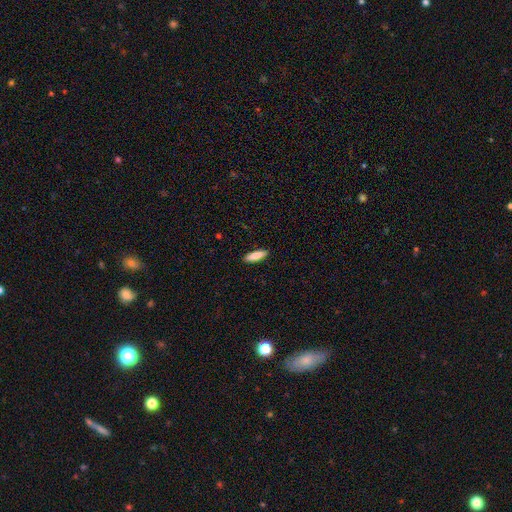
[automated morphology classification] Q: Smooth or featured?
A: smooth (84%); runner-up: featured or disk (10%)
Q: How rounded?
A: cigar-shaped (54%); runner-up: in between (45%)
Q: Merging?
A: none (90%); runner-up: minor disturbance (7%)